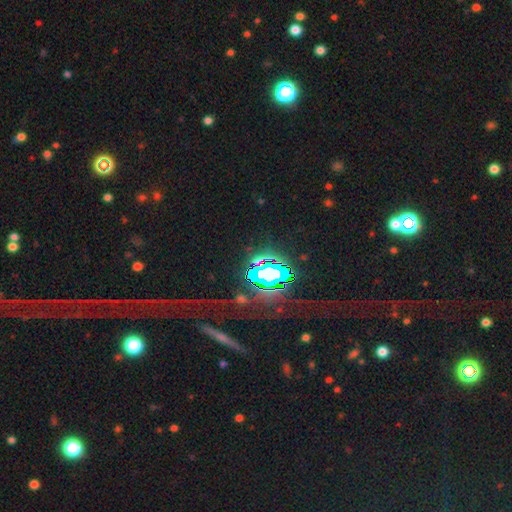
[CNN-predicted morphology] Overall: star or artifact (81%).